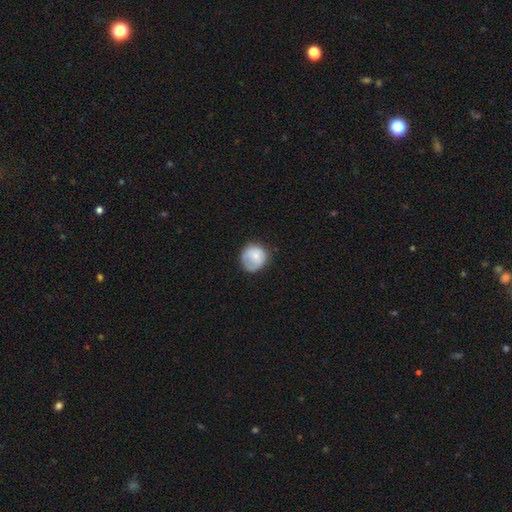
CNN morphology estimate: This appears to be a smooth galaxy with no disk features (72%) that is round (81%). Merging: none (58%).